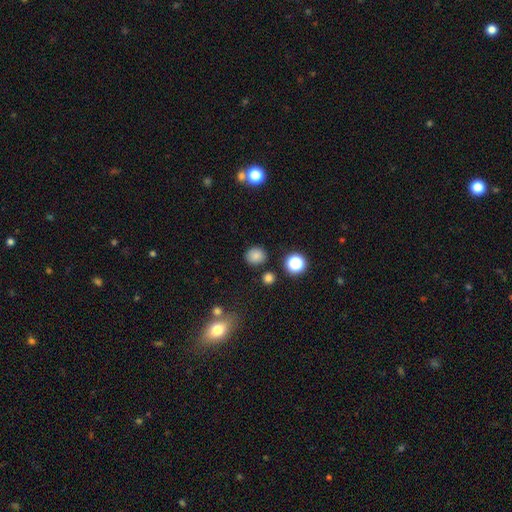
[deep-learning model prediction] This is clearly a smooth galaxy (81%). How rounded: likely round (80%). Merging: clearly none (83%).